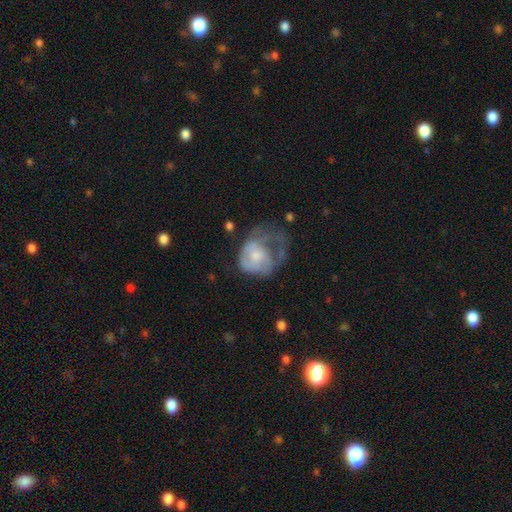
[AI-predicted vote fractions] Smooth or featured? featured or disk (50%)
Edge-on disk? no (98%)
Merging? major disturbance (54%)